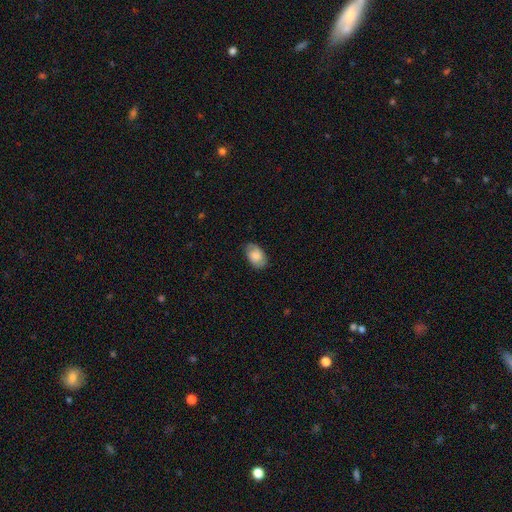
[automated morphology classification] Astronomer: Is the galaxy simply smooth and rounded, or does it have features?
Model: smooth — 80%.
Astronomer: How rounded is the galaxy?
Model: in between — 91%.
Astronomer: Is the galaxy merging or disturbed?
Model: none — 80%.